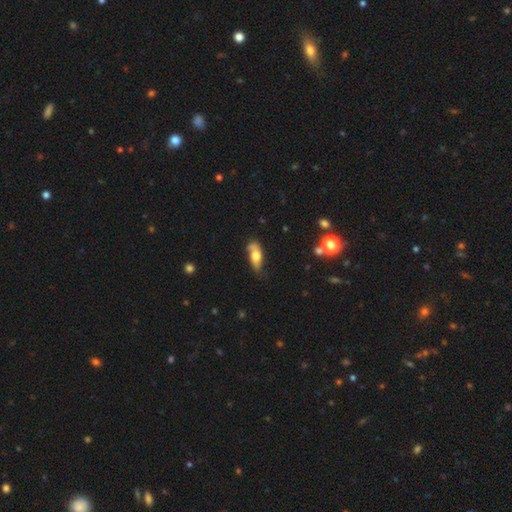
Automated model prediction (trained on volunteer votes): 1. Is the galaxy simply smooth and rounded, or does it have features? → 61% smooth, 32% featured or disk, 7% star or artifact.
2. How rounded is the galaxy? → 73% in between, 23% cigar-shaped, 4% round.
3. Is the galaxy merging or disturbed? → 49% none, 30% minor disturbance, 10% merger, 10% major disturbance.